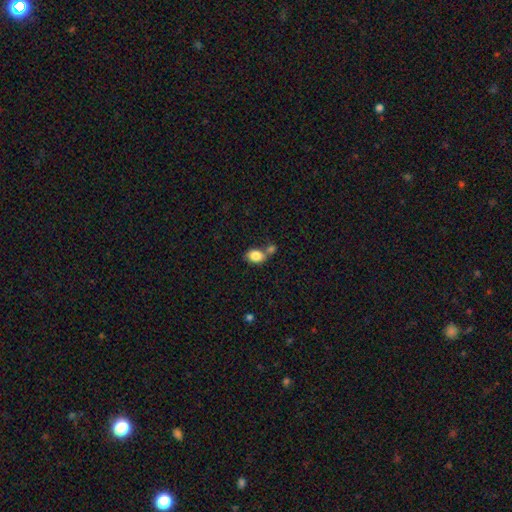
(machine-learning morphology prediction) smooth-or-featured: smooth: 84% | star or artifact: 8% | featured or disk: 8%
  how-rounded: in between: 72% | round: 27% | cigar-shaped: 1%
  merging: none: 42% | merger: 41% | minor disturbance: 13% | major disturbance: 5%